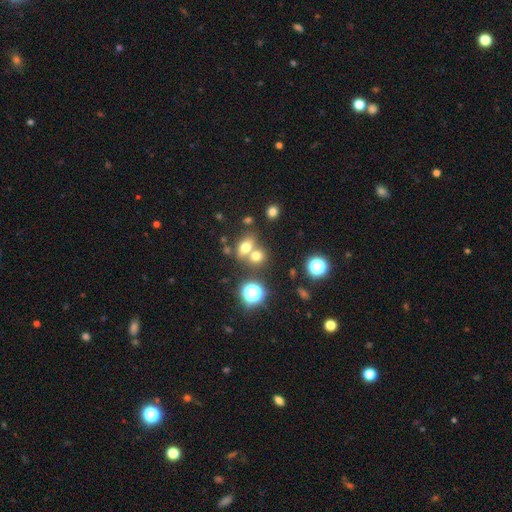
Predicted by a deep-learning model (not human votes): This appears to be a smooth galaxy with no disk features (70%) that is in between round and cigar-shaped (51%). Merging: merger (44%).